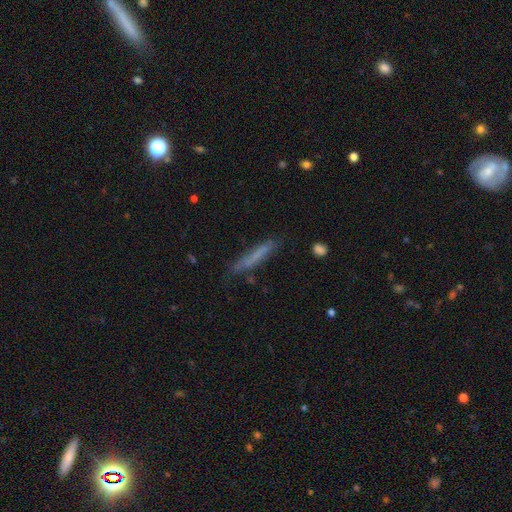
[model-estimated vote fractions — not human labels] Smooth or featured: smooth — 61% (featured or disk — 30%)
How rounded: cigar-shaped — 93% (in between — 5%)
Merging: none — 75% (minor disturbance — 18%)